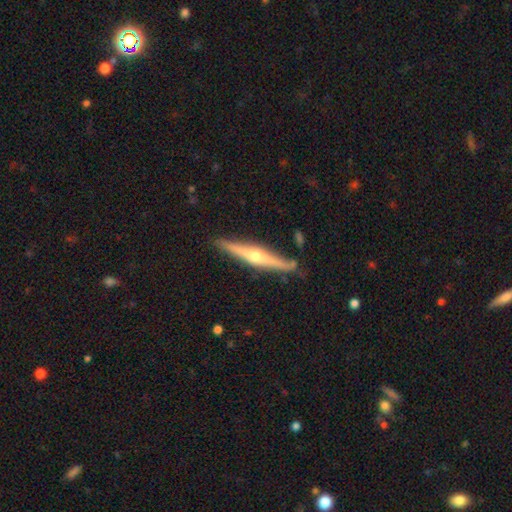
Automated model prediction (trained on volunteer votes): featured or disk 75%, smooth 19%, star or artifact 6%. Down the decision tree: edge-on disk — yes (97%); edge-on bulge — rounded (90%); merging — none (87%).